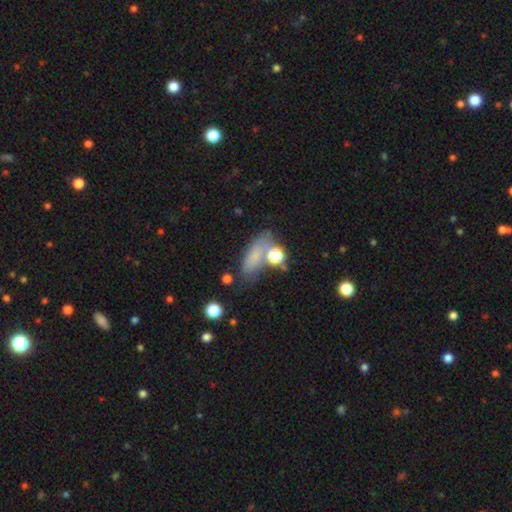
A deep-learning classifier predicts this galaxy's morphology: smooth_or_featured: smooth (p=0.68) [alt: featured or disk p=0.16]
how_rounded: in between (p=0.67) [alt: cigar-shaped p=0.23]
merging: none (p=0.54) [alt: minor disturbance p=0.22]